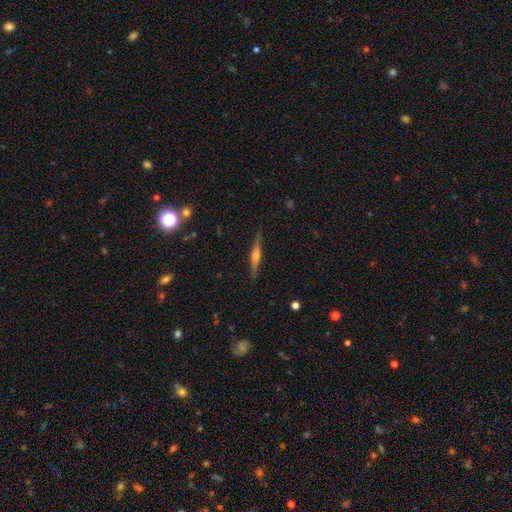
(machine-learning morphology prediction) A featured or disk galaxy (74%) viewed edge-on (98%) with a rounded central bulge (88%).

Vote fractions:
- Smooth or featured? featured or disk: 74% / smooth: 19% / star or artifact: 7%
- Edge-on disk? yes: 98% / no: 2%
- Edge-on bulge? rounded: 88% / boxy: 8% / none: 4%
- Merging? none: 90% / minor disturbance: 8% / major disturbance: 2% / merger: 1%